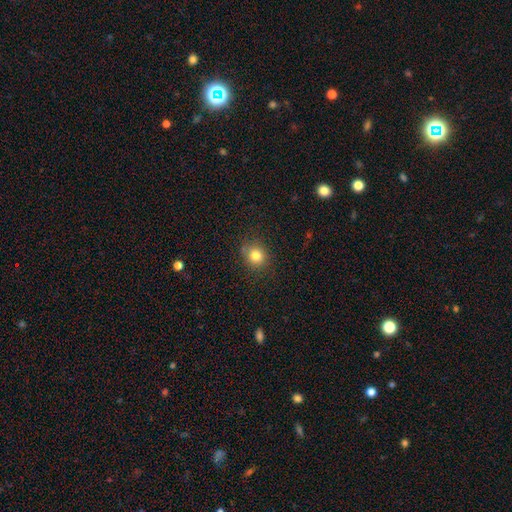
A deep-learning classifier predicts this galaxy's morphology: This is clearly a smooth galaxy (81%). How rounded: clearly round (82%). Merging: clearly none (84%).